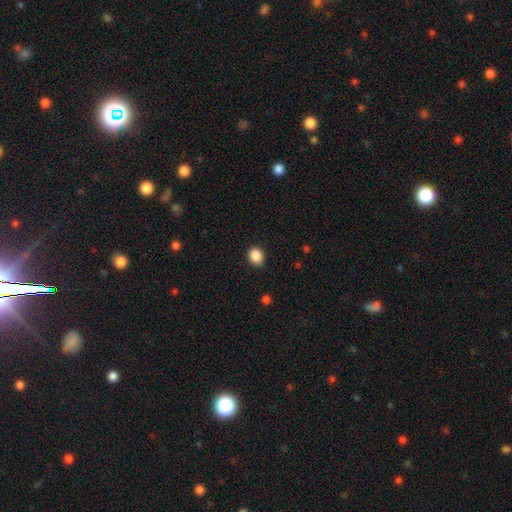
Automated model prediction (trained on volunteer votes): Smooth or featured?
  - smooth: 88% *
  - star or artifact: 9%
  - featured or disk: 3%
How rounded?
  - round: 62% *
  - in between: 38%
  - cigar-shaped: 1%
Merging?
  - none: 84% *
  - minor disturbance: 12%
  - major disturbance: 2%
  - merger: 1%